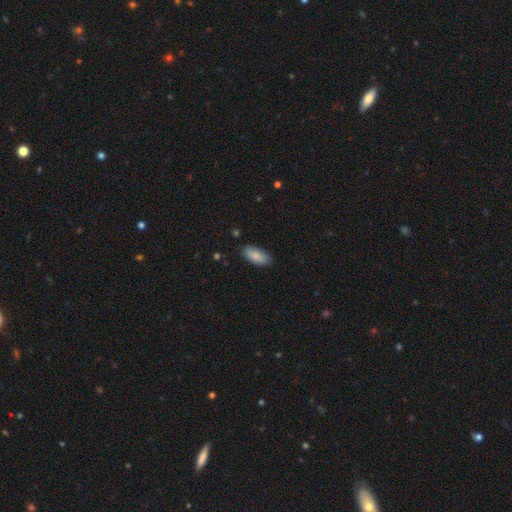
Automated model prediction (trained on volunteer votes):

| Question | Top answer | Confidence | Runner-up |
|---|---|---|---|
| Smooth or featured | smooth | 86% | featured or disk (7%) |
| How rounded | in between | 86% | cigar-shaped (12%) |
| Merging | none | 83% | minor disturbance (13%) |